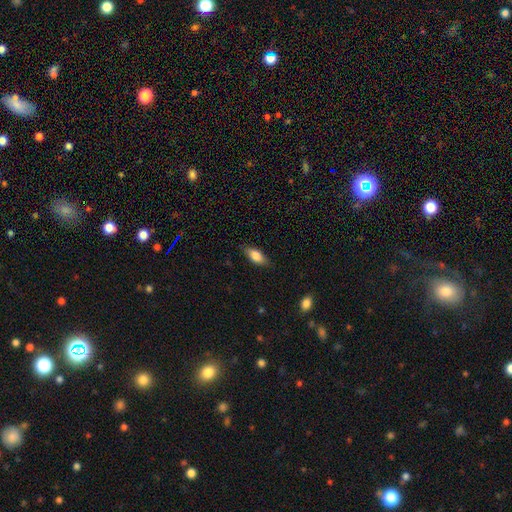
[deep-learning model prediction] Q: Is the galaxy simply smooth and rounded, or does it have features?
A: smooth — 80%.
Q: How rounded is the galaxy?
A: in between — 82%.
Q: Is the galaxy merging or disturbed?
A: none — 82%.